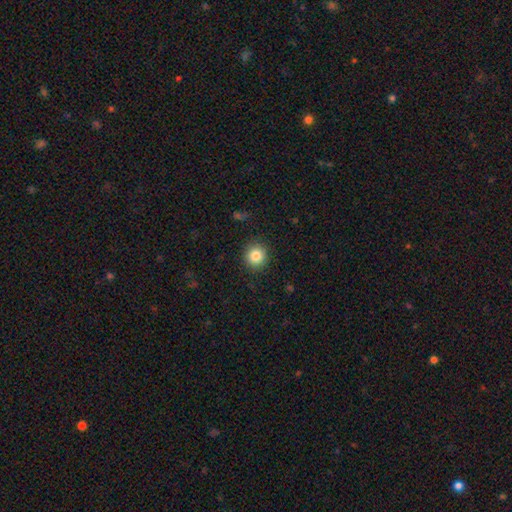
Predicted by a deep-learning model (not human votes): A smooth galaxy with no disk features (84%) that is round (92%).

Vote fractions:
- Smooth or featured? smooth: 84% / star or artifact: 10% / featured or disk: 6%
- How rounded? round: 92% / in between: 8% / cigar-shaped: 1%
- Merging? none: 90% / minor disturbance: 6% / major disturbance: 2% / merger: 1%